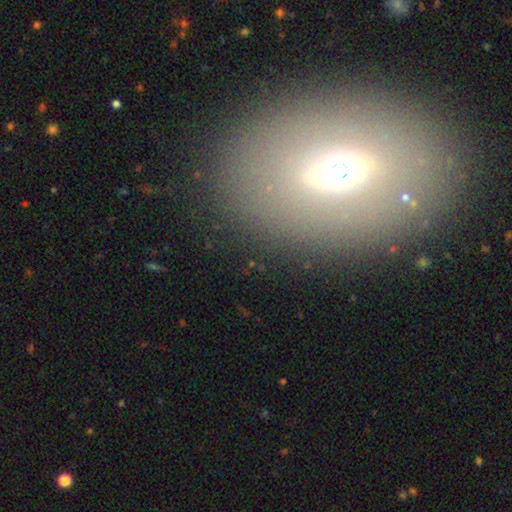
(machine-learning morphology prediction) This appears to be a smooth galaxy with no disk features (45%). Merging: none (79%).